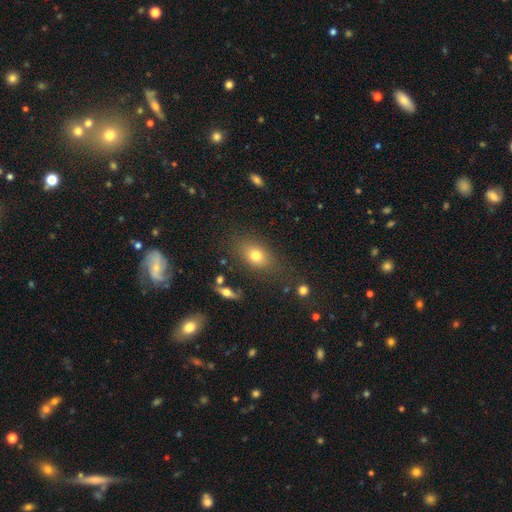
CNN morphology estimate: Overall: smooth (76%). How rounded: in between (76%). Merging: none (77%).